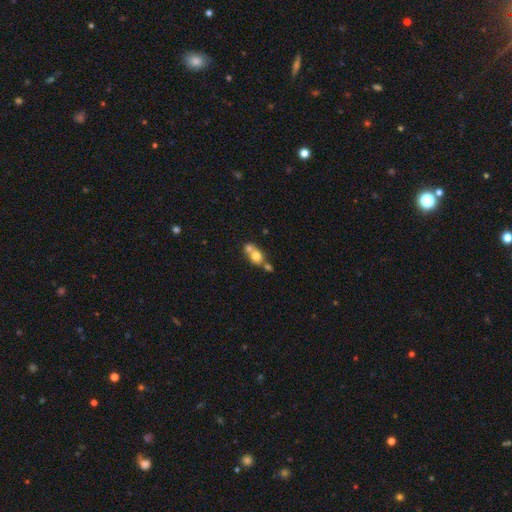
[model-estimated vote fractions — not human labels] A smooth galaxy with no disk features (70%) that is round (65%). Merging: merger (56%).